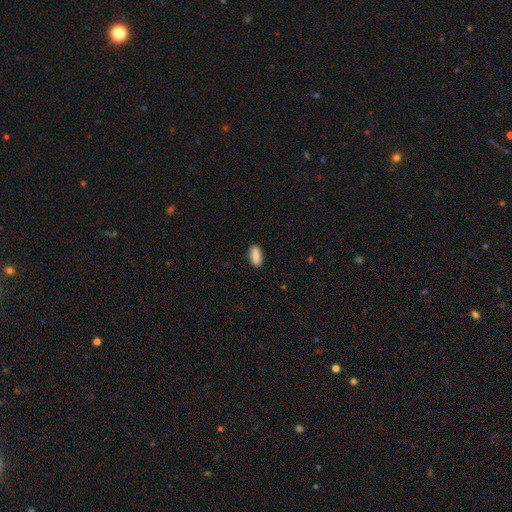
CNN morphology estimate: smooth 85%, featured or disk 8%, star or artifact 7%. Down the decision tree: how rounded — in between (80%); merging — none (88%).